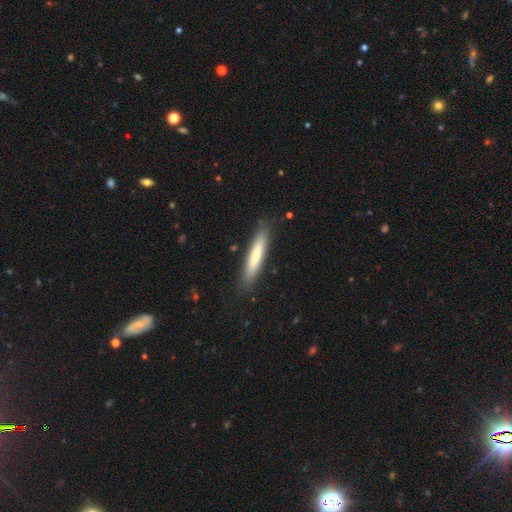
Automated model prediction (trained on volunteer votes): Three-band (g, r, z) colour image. It shows a smooth galaxy with no disk features (68%) that is cigar-shaped (89%). Merging: none (85%).